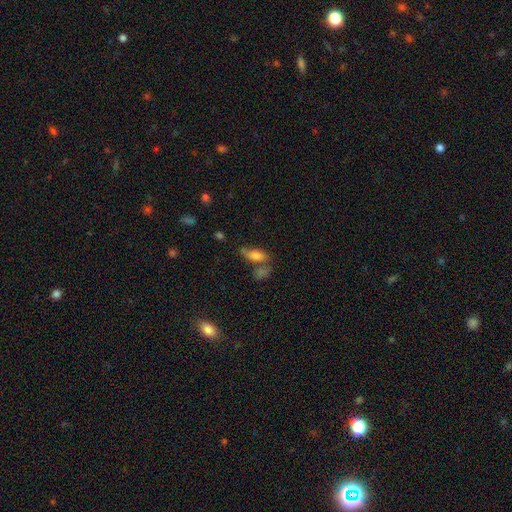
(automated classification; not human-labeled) A smooth galaxy with no disk features (76%) that is in between round and cigar-shaped (81%). Merging: none (43%).